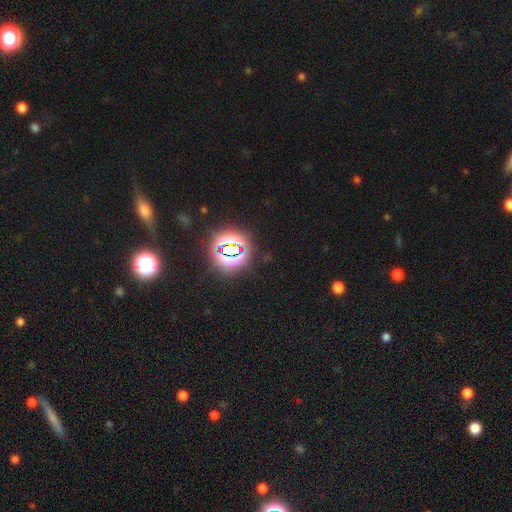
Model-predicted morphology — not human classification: type=star or artifact (80%).